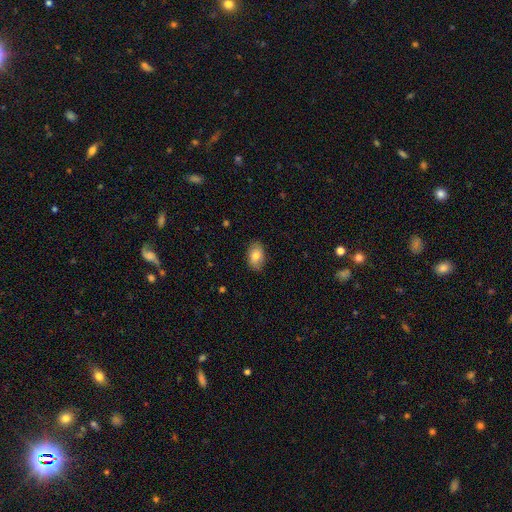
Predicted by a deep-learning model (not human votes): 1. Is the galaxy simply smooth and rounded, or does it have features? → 77% smooth, 16% featured or disk, 7% star or artifact.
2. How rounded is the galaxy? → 89% in between, 9% round, 1% cigar-shaped.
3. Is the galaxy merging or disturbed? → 84% none, 13% minor disturbance, 3% major disturbance, 1% merger.